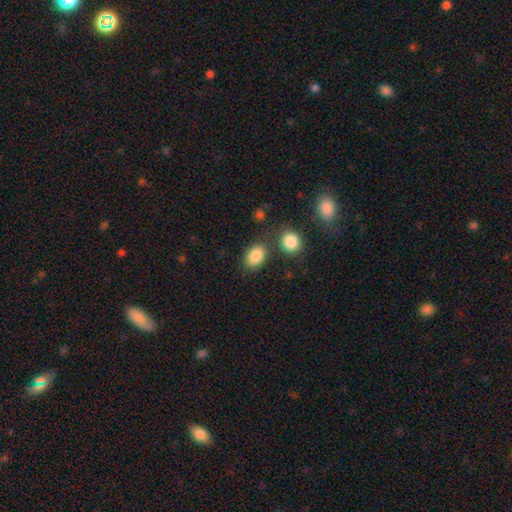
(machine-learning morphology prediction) This appears to be a smooth galaxy with no disk features (86%) that is in between round and cigar-shaped (82%). Merging: none (71%).